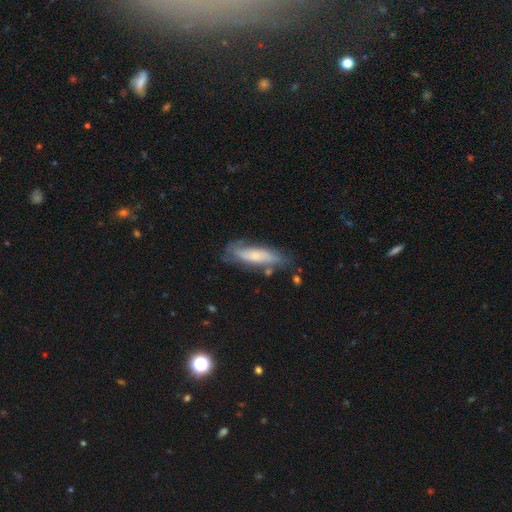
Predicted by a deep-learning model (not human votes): This is possibly a smooth galaxy (50%). How rounded: possibly cigar-shaped (57%). Merging: likely none (63%).